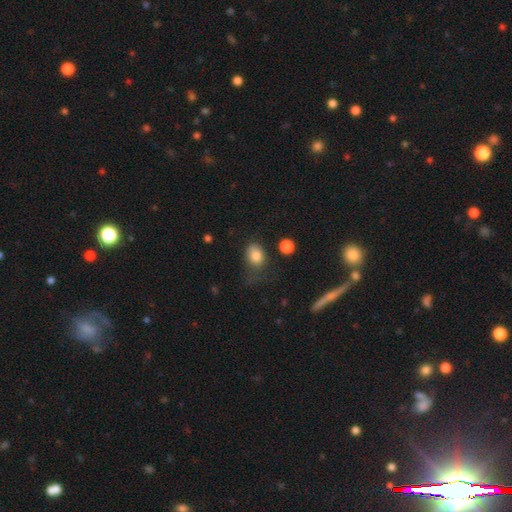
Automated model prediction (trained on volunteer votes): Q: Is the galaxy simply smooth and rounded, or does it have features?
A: smooth — 82%.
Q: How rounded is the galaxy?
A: in between — 59%.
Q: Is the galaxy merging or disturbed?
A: none — 42%.